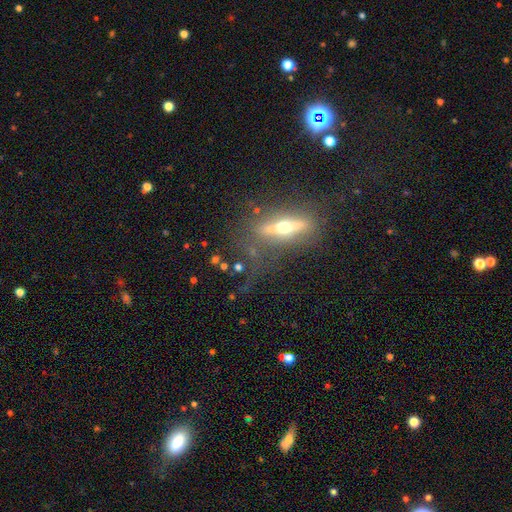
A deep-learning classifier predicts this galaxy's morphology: This appears to be a featured or disk galaxy (68%) viewed edge-on (84%) with a rounded central bulge (93%). Merging: none (65%).